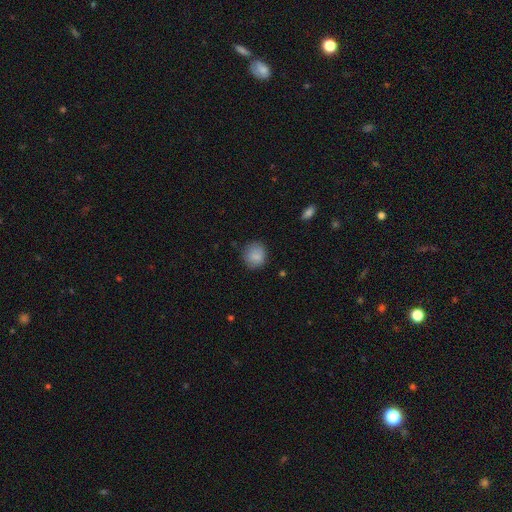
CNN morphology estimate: A smooth galaxy with no disk features (86%) that is round (81%). Merging: none (83%).